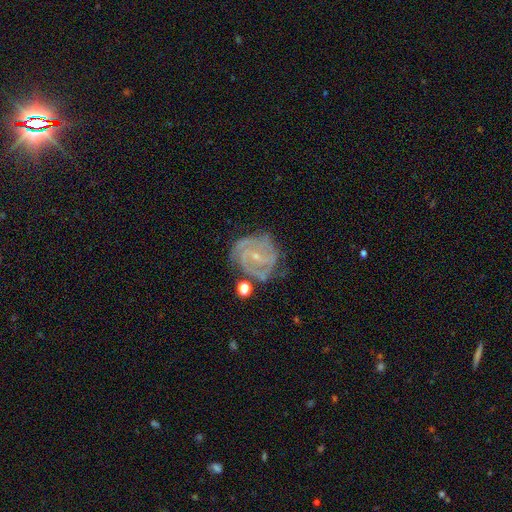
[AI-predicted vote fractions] Morphology: type=featured or disk (87%); edge-on=no (98%); bar=weak (43%); spiral arms=yes (97%); winding=tight (63%); arm count=3 (36%); bulge=small (78%); merging=none (70%).